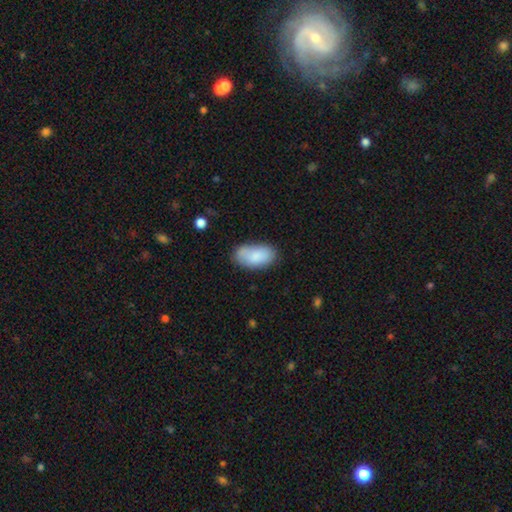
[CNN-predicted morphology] Smooth or featured: smooth — 84% (featured or disk — 9%)
How rounded: in between — 94% (round — 3%)
Merging: none — 70% (minor disturbance — 21%)